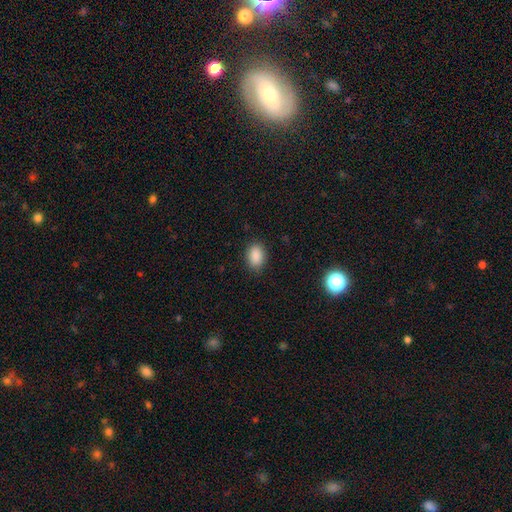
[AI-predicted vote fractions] This appears to be a smooth galaxy with no disk features (89%) that is in between round and cigar-shaped (77%). Merging: none (86%).